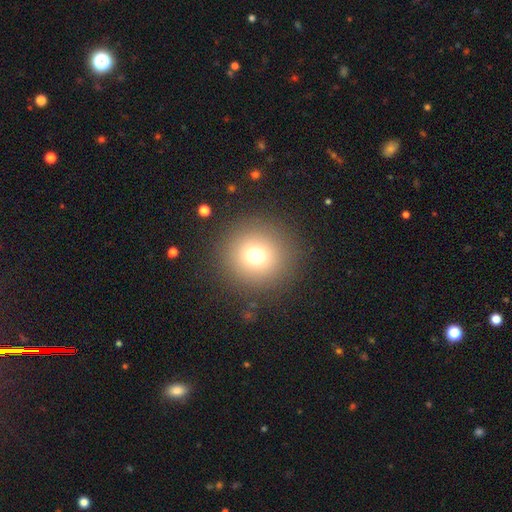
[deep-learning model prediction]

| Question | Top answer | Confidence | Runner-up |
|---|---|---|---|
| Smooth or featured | smooth | 71% | star or artifact (19%) |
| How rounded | round | 95% | in between (4%) |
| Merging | none | 89% | minor disturbance (6%) |